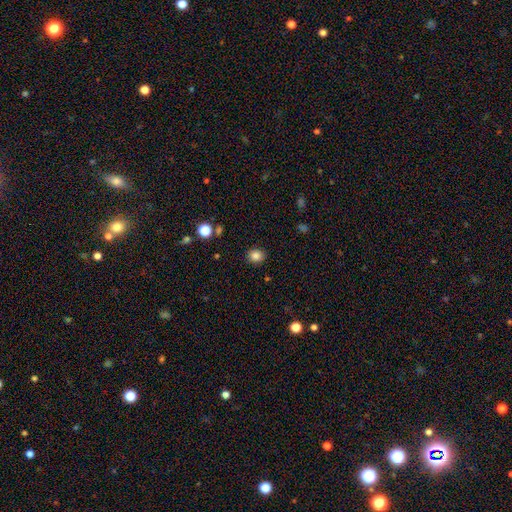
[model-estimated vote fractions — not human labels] smooth 84%, star or artifact 11%, featured or disk 5%. Down the decision tree: how rounded — round (70%); merging — none (88%).